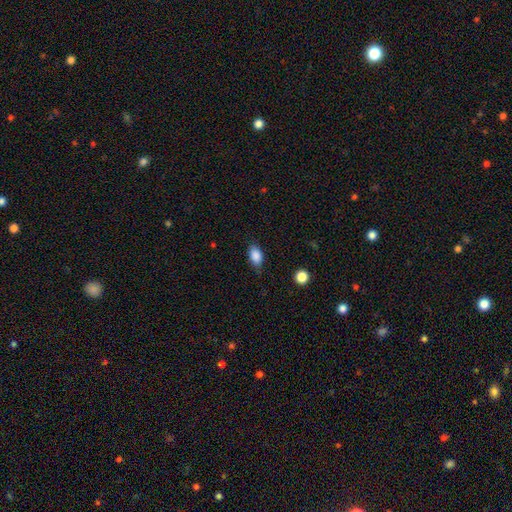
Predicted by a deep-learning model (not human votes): smooth_or_featured: smooth (p=0.87) [alt: star or artifact p=0.08]
how_rounded: in between (p=0.88) [alt: round p=0.10]
merging: none (p=0.75) [alt: minor disturbance p=0.20]